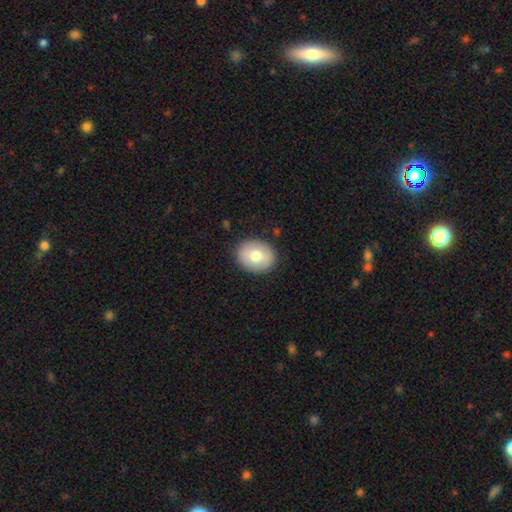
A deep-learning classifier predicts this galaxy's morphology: Smooth or featured? Predicted: smooth (p=0.74). How rounded? Predicted: round (p=0.60). Merging? Predicted: none (p=0.88).